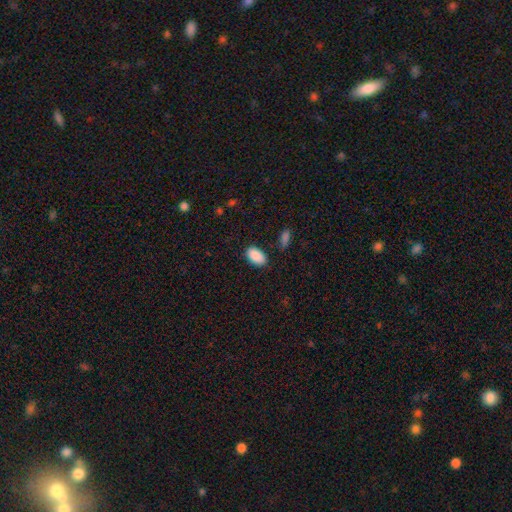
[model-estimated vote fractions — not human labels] Smooth or featured: smooth — 90% (star or artifact — 7%)
How rounded: in between — 93% (round — 5%)
Merging: none — 82% (minor disturbance — 13%)